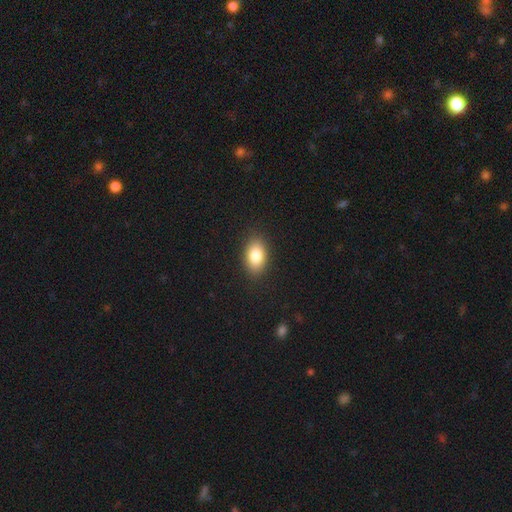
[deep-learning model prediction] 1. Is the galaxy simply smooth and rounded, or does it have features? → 83% smooth, 9% featured or disk, 8% star or artifact.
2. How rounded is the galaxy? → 89% in between, 10% round, 2% cigar-shaped.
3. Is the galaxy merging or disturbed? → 88% none, 9% minor disturbance, 2% major disturbance, 1% merger.